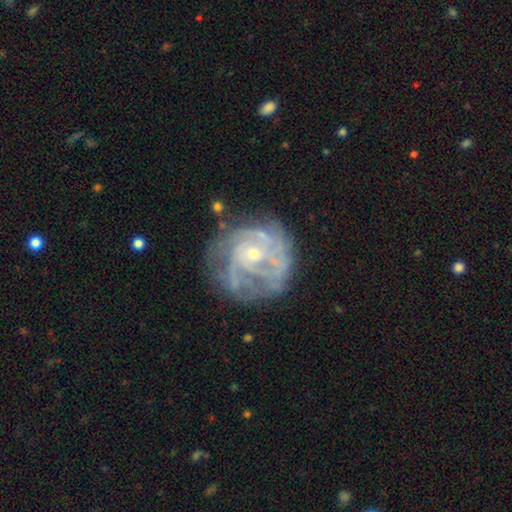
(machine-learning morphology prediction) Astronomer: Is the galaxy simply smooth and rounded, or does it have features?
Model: featured or disk — 82%.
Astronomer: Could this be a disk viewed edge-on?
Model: no — 98%.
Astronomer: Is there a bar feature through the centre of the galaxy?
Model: no — 73%.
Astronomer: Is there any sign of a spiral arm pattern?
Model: yes — 87%.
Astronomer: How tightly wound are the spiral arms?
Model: tight — 67%.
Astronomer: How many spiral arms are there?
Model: can't tell — 42% (runner-up: 3, 19%).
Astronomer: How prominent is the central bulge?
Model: small — 67%.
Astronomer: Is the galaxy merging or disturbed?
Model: none — 67%.